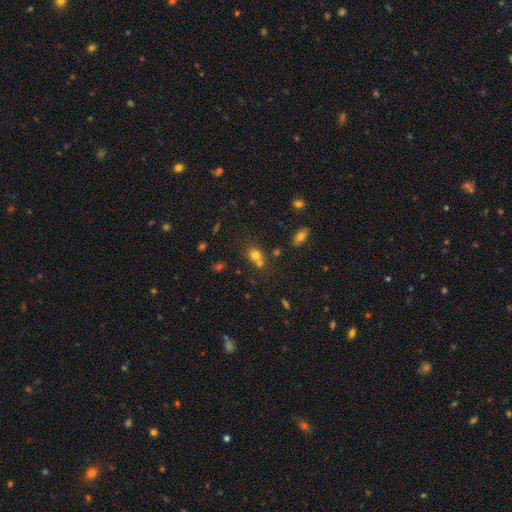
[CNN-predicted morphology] A smooth galaxy with no disk features (71%) that is round (73%).

Vote fractions:
- Smooth or featured? smooth: 71% / star or artifact: 17% / featured or disk: 12%
- How rounded? round: 73% / in between: 25% / cigar-shaped: 1%
- Merging? none: 48% / merger: 39% / minor disturbance: 10% / major disturbance: 4%